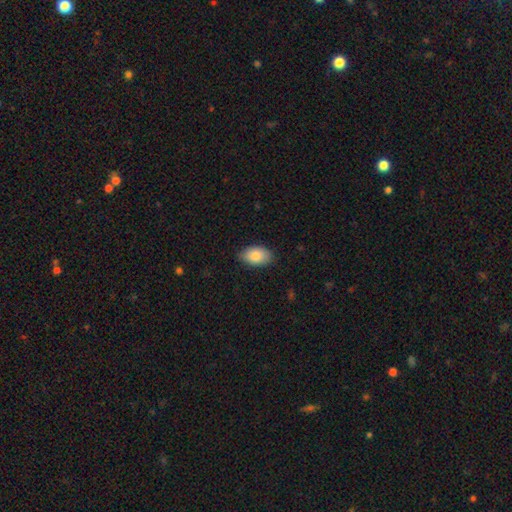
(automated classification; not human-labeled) Overall: smooth (86%). How rounded: in between (92%). Merging: none (81%).